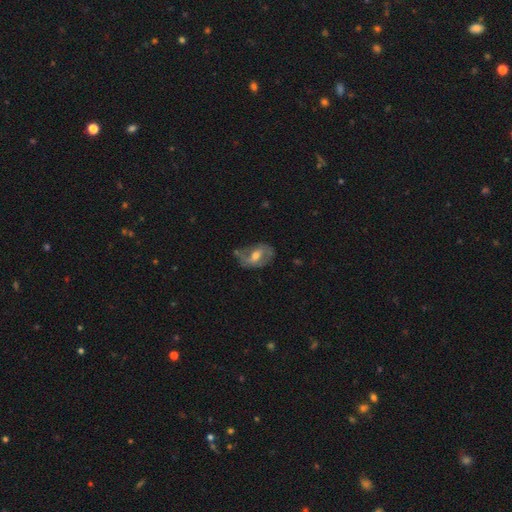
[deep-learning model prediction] The model was most divided on "bar": weak: 46%, no: 31%, strong: 23%. More confident: edge-on disk — no (95%); spiral arms — yes (70%); bulge size — moderate (70%); smooth or featured — featured or disk (64%); merging — none (52%).